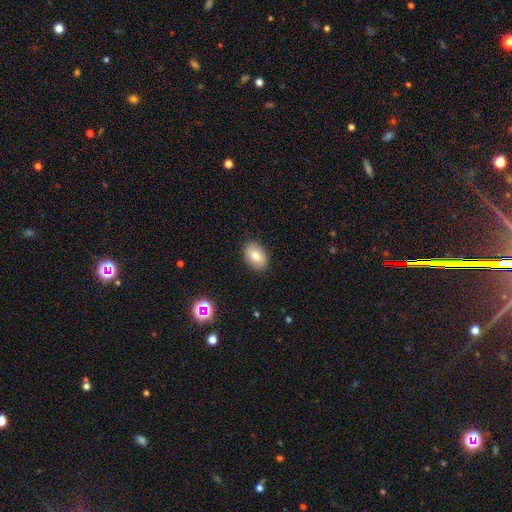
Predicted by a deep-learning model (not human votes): Smooth or featured? Predicted: smooth (p=0.80). How rounded? Predicted: in between (p=0.88). Merging? Predicted: none (p=0.88).